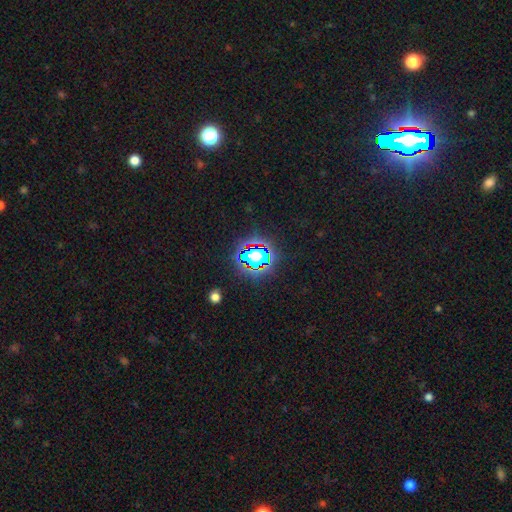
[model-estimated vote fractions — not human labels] A star or artifact, not a galaxy (61%).

Vote fractions:
- Smooth or featured? star or artifact: 61% / smooth: 26% / featured or disk: 13%